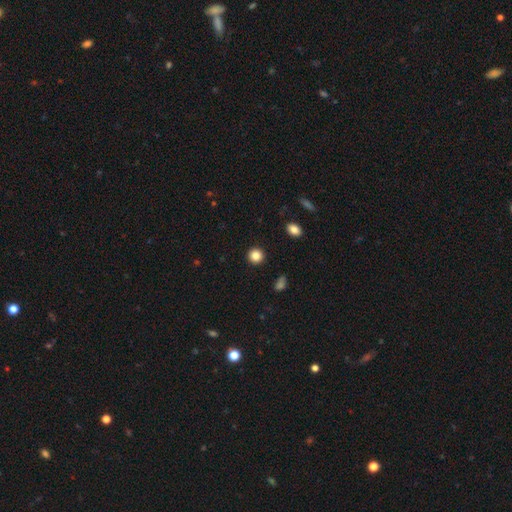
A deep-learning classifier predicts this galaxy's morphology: type=smooth (86%); roundness=round (92%); merging=none (92%).